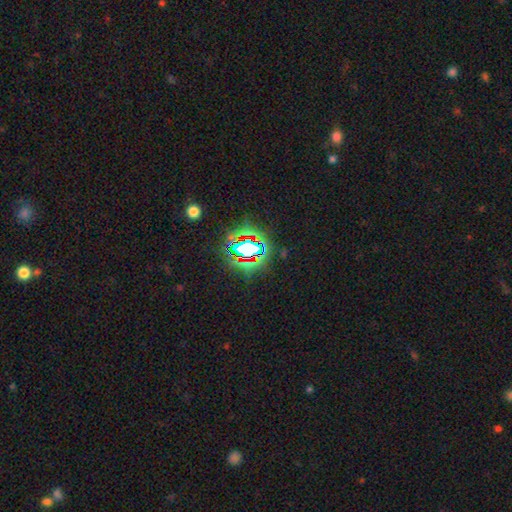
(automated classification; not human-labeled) Morphology: type=star or artifact (74%).